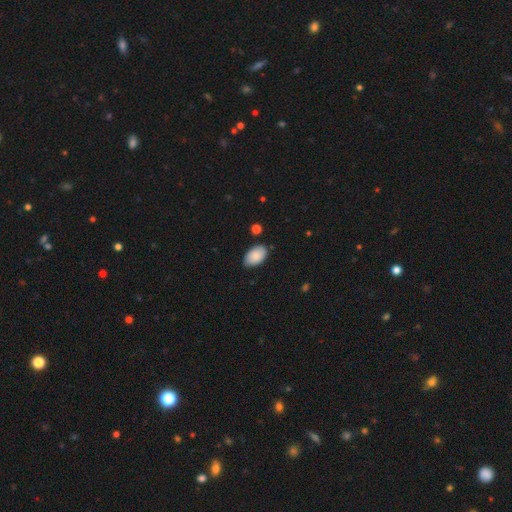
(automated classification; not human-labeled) Smooth or featured: smooth — 88% (star or artifact — 7%)
How rounded: in between — 94% (round — 5%)
Merging: none — 83% (minor disturbance — 13%)